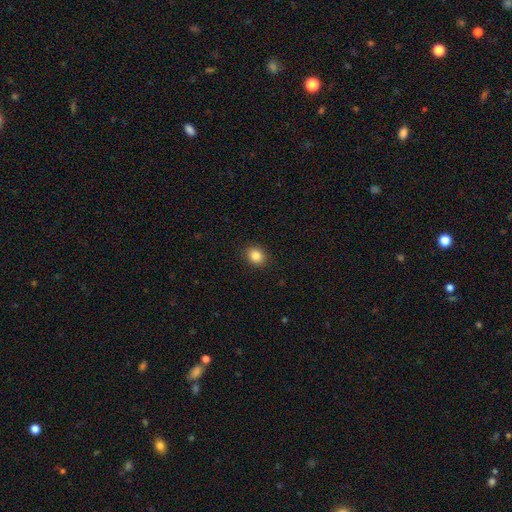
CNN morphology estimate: Q: Smooth or featured?
A: smooth (85%); runner-up: star or artifact (10%)
Q: How rounded?
A: round (60%); runner-up: in between (39%)
Q: Merging?
A: none (90%); runner-up: minor disturbance (7%)